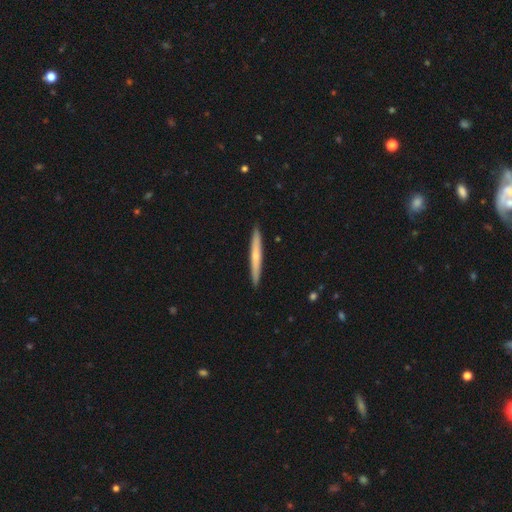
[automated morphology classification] Smooth or featured?
  - smooth: 54% *
  - featured or disk: 41%
  - star or artifact: 5%
How rounded?
  - cigar-shaped: 96% *
  - in between: 2%
  - round: 1%
Merging?
  - none: 92% *
  - minor disturbance: 5%
  - major disturbance: 1%
  - merger: 1%